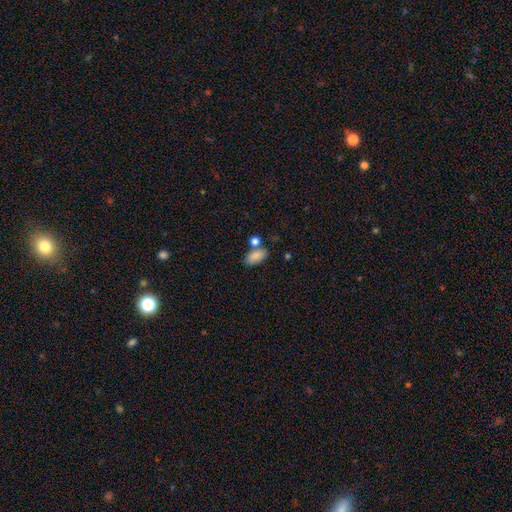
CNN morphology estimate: This is clearly a smooth galaxy (86%). How rounded: clearly in between (91%). Merging: likely none (63%).